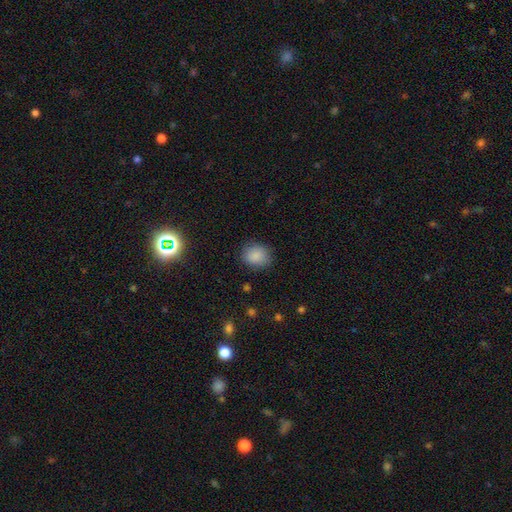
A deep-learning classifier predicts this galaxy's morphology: The model was most divided on "how rounded": round: 67%, in between: 32%, cigar-shaped: 1%. More confident: smooth or featured — smooth (86%); merging — none (84%).